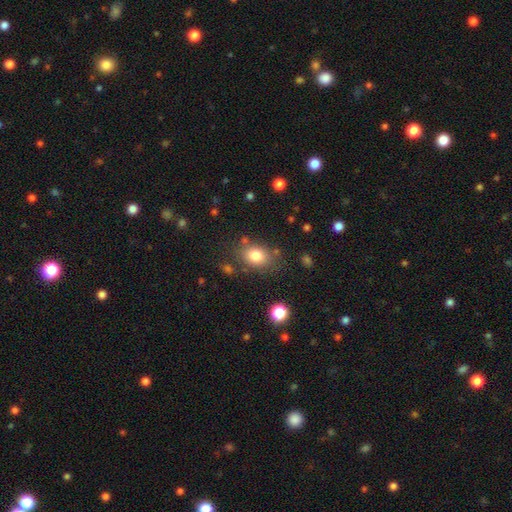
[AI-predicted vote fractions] The model was most divided on "how rounded": in between: 65%, round: 34%, cigar-shaped: 1%. More confident: smooth or featured — smooth (80%); merging — none (75%).